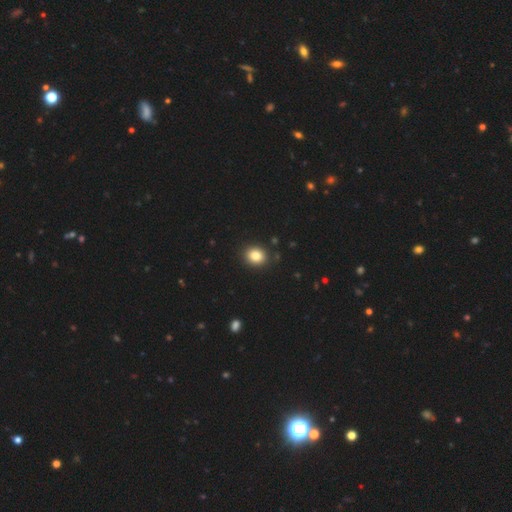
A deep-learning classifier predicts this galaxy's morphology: smooth-or-featured: smooth: 84% | star or artifact: 10% | featured or disk: 6%
  how-rounded: round: 69% | in between: 30% | cigar-shaped: 1%
  merging: none: 90% | minor disturbance: 6% | major disturbance: 2% | merger: 1%